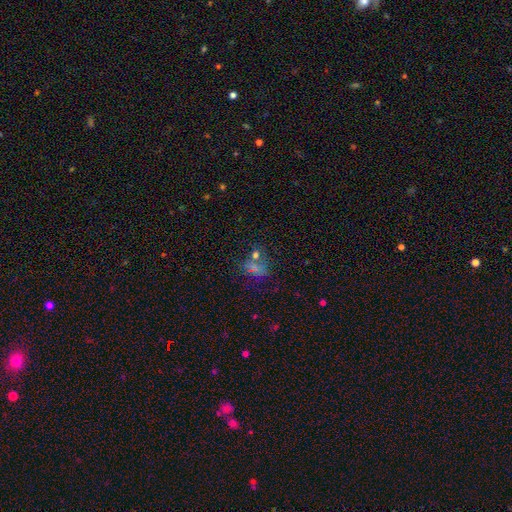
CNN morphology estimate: Smooth or featured? smooth (46%)
Merging? none (61%)